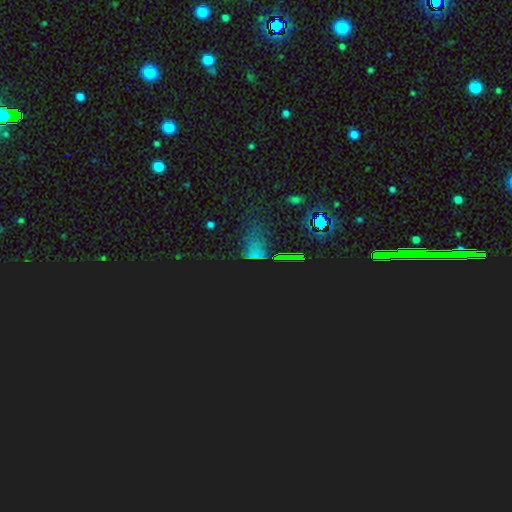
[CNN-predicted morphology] The model was most divided on "smooth or featured": star or artifact: 69%, smooth: 21%, featured or disk: 10%.